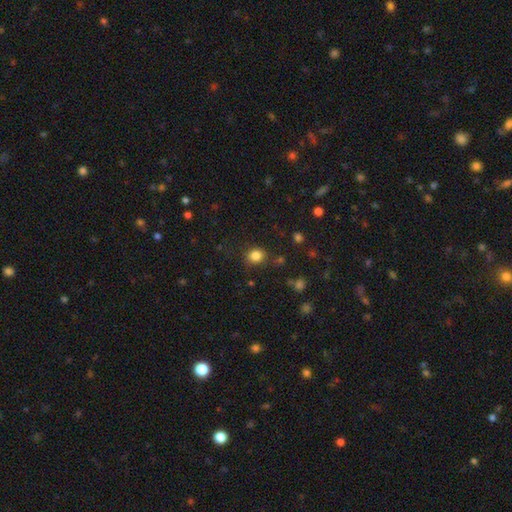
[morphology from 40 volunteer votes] Smooth or featured? 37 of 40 (92%) said smooth. How rounded? 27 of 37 (73%) said round. Merging? 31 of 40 (78%) said none.